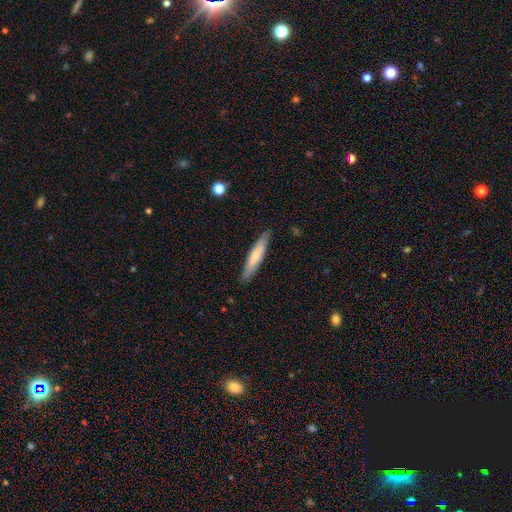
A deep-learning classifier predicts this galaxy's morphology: The model was most divided on "smooth or featured": smooth: 67%, featured or disk: 28%, star or artifact: 5%. More confident: how rounded — cigar-shaped (89%); merging — none (88%).